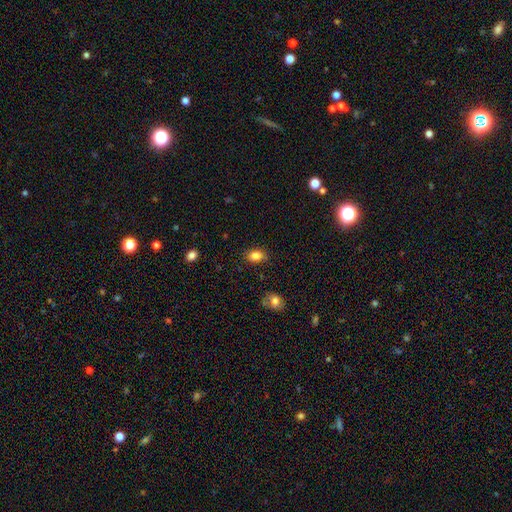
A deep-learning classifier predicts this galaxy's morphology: This appears to be a smooth galaxy with no disk features (84%) that is in between round and cigar-shaped (77%). Merging: none (83%).